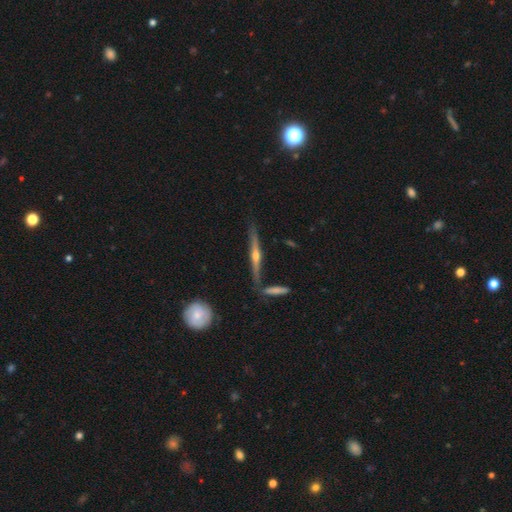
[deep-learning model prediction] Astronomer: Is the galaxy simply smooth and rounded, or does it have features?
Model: featured or disk — 78%.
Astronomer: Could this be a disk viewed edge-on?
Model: yes — 96%.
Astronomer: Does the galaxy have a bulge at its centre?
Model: rounded — 90%.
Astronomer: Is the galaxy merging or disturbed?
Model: none — 79%.